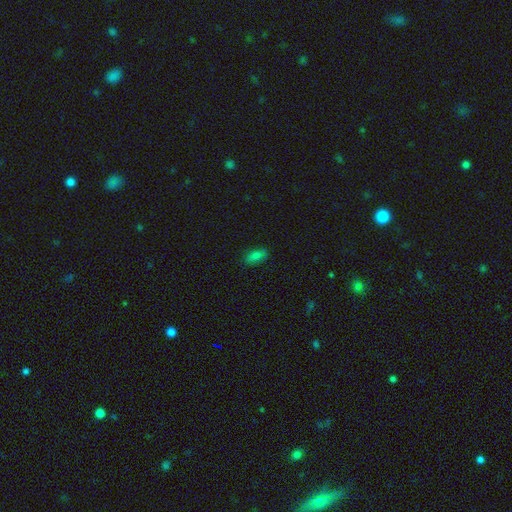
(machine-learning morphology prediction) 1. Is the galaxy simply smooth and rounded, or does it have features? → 82% smooth, 11% star or artifact, 7% featured or disk.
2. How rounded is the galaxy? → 85% in between, 12% cigar-shaped, 3% round.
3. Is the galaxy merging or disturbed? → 86% none, 11% minor disturbance, 2% major disturbance, 1% merger.